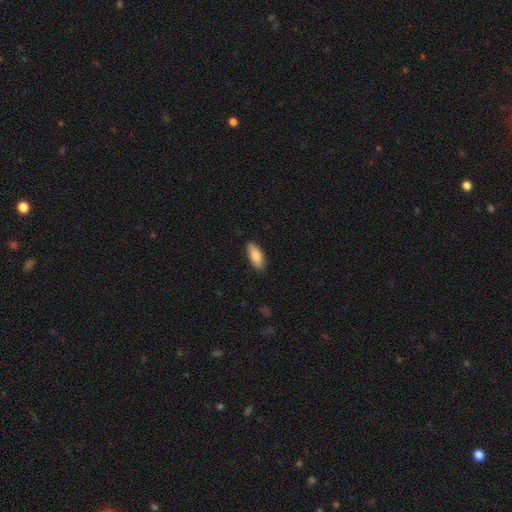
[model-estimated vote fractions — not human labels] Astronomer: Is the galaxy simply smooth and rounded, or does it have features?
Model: smooth — 83%.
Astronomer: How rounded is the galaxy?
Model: in between — 75%.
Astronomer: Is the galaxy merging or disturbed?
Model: none — 86%.